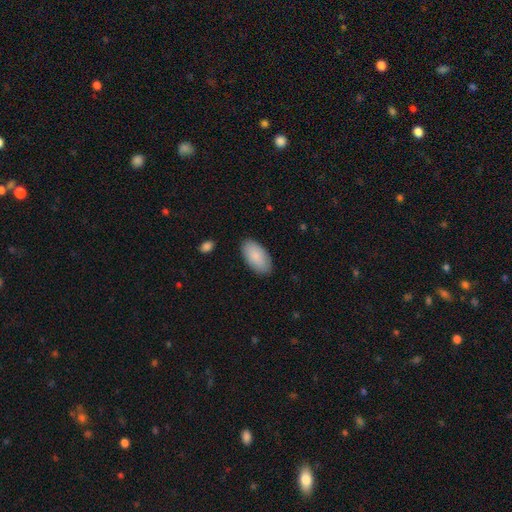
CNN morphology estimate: smooth_or_featured: smooth (p=0.88) [alt: featured or disk p=0.07]
how_rounded: in between (p=0.95) [alt: cigar-shaped p=0.03]
merging: none (p=0.87) [alt: minor disturbance p=0.10]